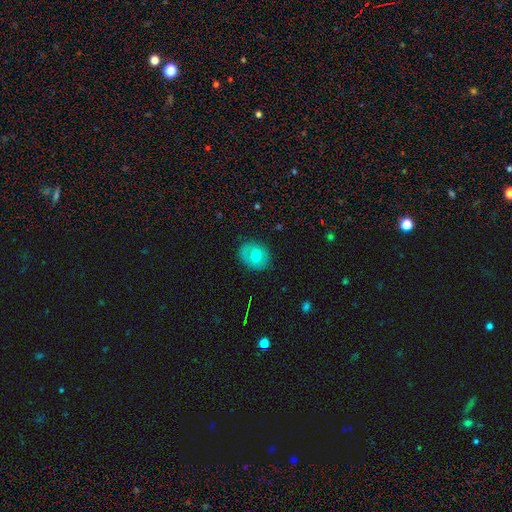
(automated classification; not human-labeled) Morphology: type=smooth (60%); roundness=round (60%); merging=none (79%).